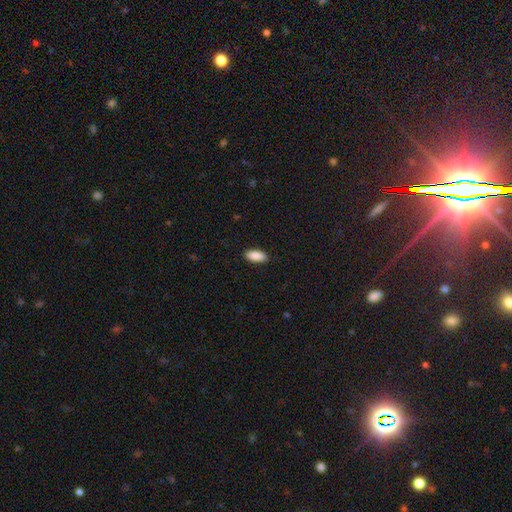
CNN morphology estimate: The model was most divided on "merging": none: 89%, minor disturbance: 8%, major disturbance: 2%, merger: 1%. More confident: how rounded — in between (90%); smooth or featured — smooth (90%).